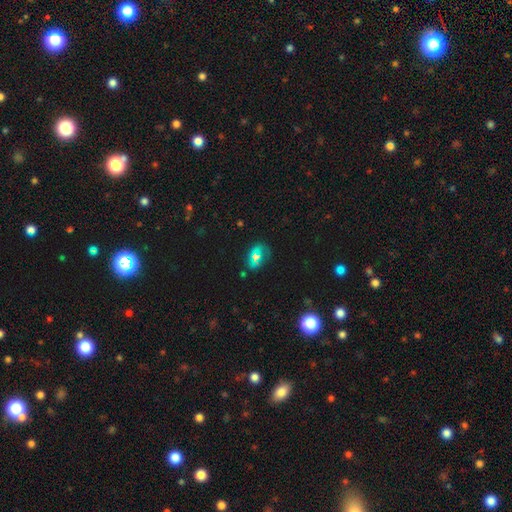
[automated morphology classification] Smooth or featured? Predicted: smooth (p=0.47). Merging? Predicted: none (p=0.63).